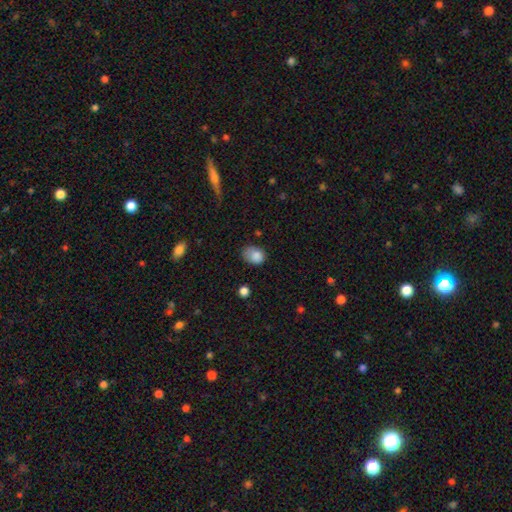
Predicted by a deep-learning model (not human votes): Smooth or featured? Predicted: smooth (p=0.83). How rounded? Predicted: in between (p=0.67). Merging? Predicted: none (p=0.48).